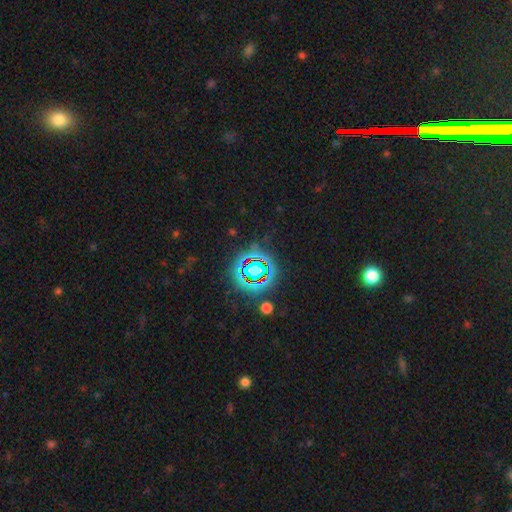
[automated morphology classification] Smooth or featured: star or artifact — 80% (smooth — 12%)